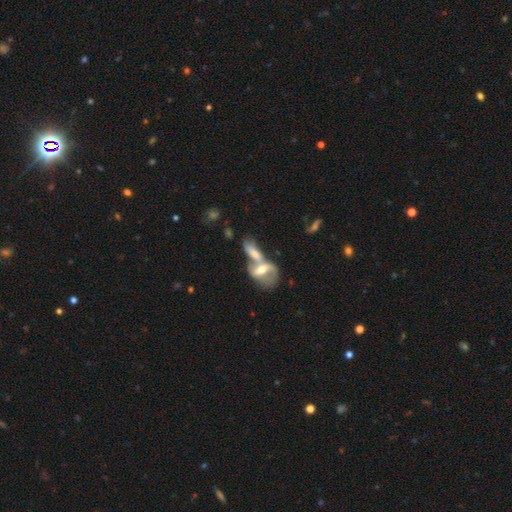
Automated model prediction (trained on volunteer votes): Q: Smooth or featured?
A: featured or disk (63%); runner-up: smooth (26%)
Q: Edge-on disk?
A: no (84%); runner-up: yes (16%)
Q: Bar?
A: no (45%); runner-up: weak (36%)
Q: Spiral arms?
A: yes (59%); runner-up: no (41%)
Q: Bulge size?
A: moderate (61%); runner-up: small (25%)
Q: Merging?
A: merger (70%); runner-up: none (16%)